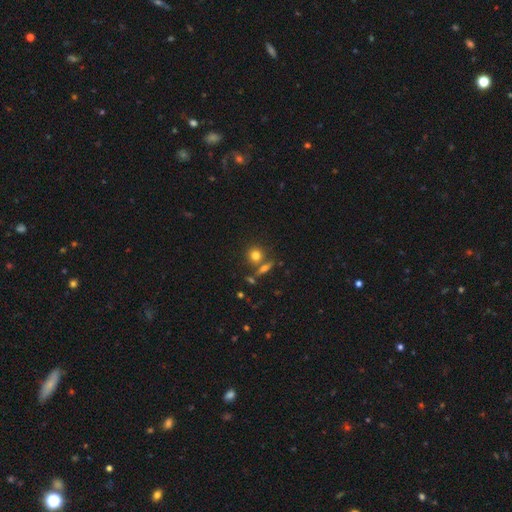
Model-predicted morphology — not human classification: Smooth or featured?
  - smooth: 75% *
  - star or artifact: 13%
  - featured or disk: 12%
How rounded?
  - round: 86% *
  - in between: 12%
  - cigar-shaped: 2%
Merging?
  - none: 67% *
  - merger: 20%
  - minor disturbance: 9%
  - major disturbance: 3%